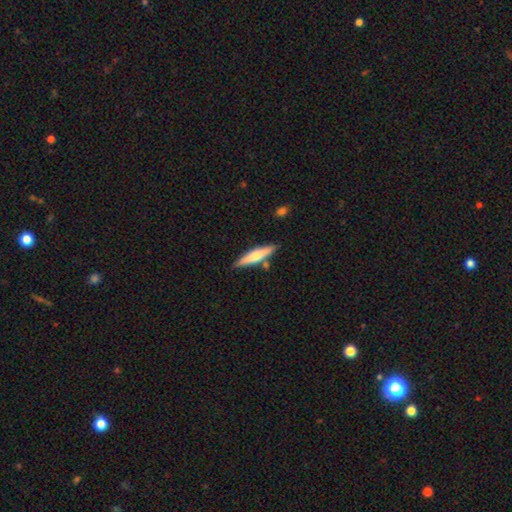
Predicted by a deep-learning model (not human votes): smooth-or-featured: smooth: 54% | featured or disk: 41% | star or artifact: 5%
  how-rounded: cigar-shaped: 86% | in between: 12% | round: 1%
  merging: none: 81% | minor disturbance: 11% | merger: 6% | major disturbance: 2%